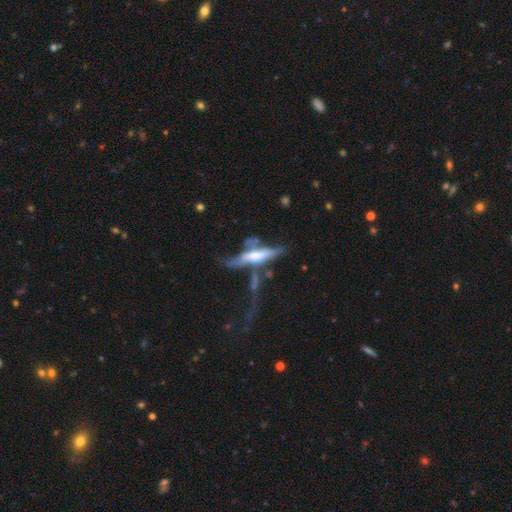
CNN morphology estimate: featured or disk 61%, smooth 31%, star or artifact 9%. Down the decision tree: edge-on disk — yes (65%); merging — major disturbance (39%).